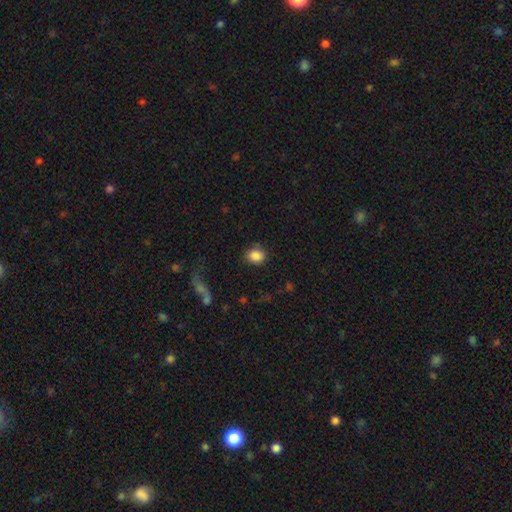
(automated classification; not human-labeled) This is clearly a smooth galaxy (87%). How rounded: possibly round (58%). Merging: likely none (78%).